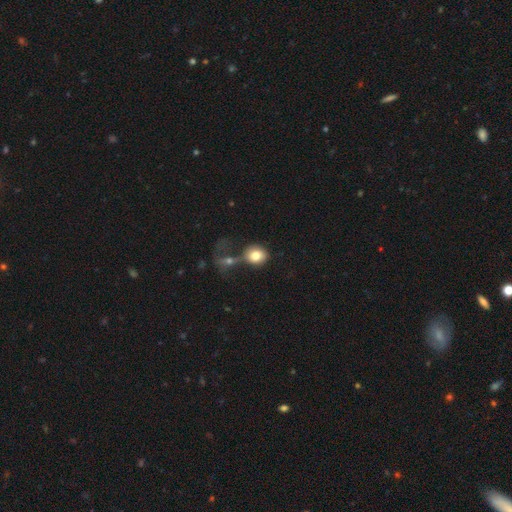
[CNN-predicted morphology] Smooth or featured? smooth (78%)
How rounded? round (69%)
Merging? merger (38%)